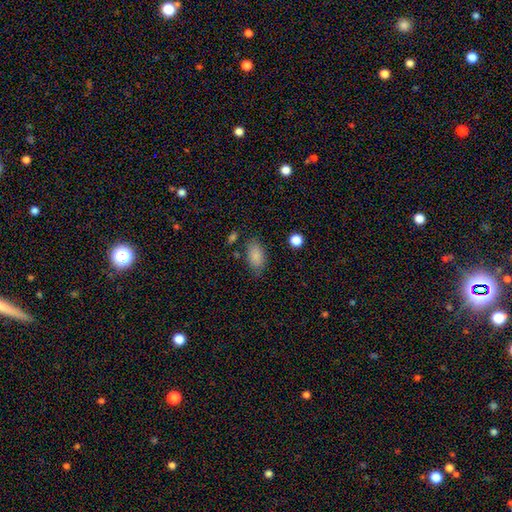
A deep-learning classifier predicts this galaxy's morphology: smooth 85%, star or artifact 9%, featured or disk 6%. Down the decision tree: how rounded — in between (91%); merging — none (74%).